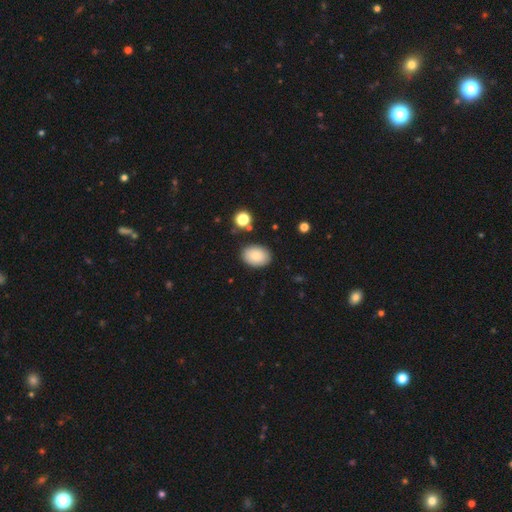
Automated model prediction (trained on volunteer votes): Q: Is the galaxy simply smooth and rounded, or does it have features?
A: smooth — 85%.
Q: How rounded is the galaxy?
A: in between — 80%.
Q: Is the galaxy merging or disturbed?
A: none — 86%.